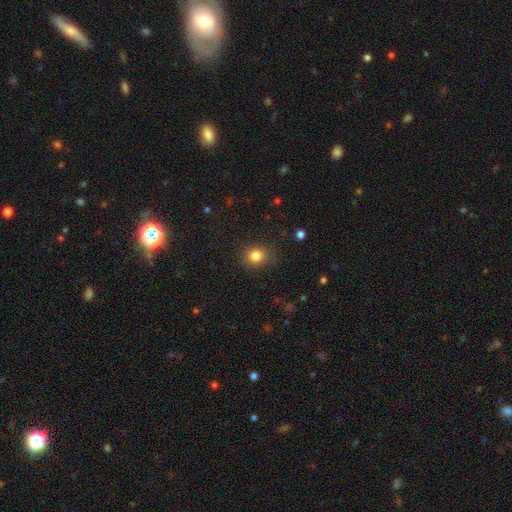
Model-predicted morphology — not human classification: Smooth or featured?
  - smooth: 82% *
  - star or artifact: 12%
  - featured or disk: 6%
How rounded?
  - round: 75% *
  - in between: 24%
  - cigar-shaped: 1%
Merging?
  - none: 87% *
  - minor disturbance: 9%
  - major disturbance: 3%
  - merger: 1%